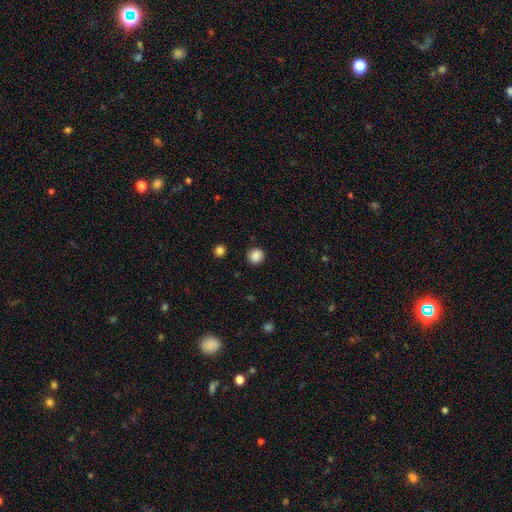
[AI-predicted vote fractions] A smooth galaxy with no disk features (87%) that is round (92%).

Vote fractions:
- Smooth or featured? smooth: 87% / star or artifact: 10% / featured or disk: 3%
- How rounded? round: 92% / in between: 7% / cigar-shaped: 1%
- Merging? none: 89% / minor disturbance: 7% / major disturbance: 2% / merger: 1%